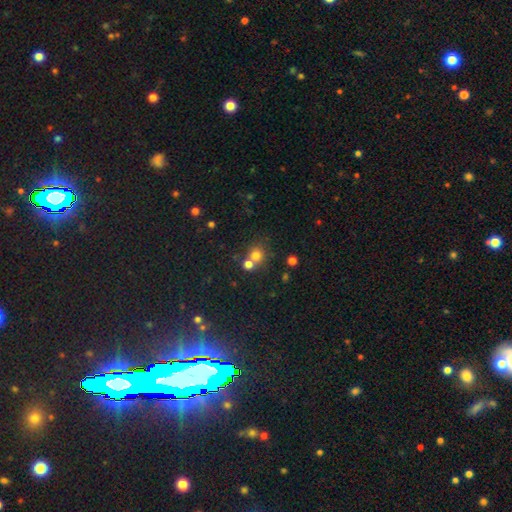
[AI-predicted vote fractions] A smooth galaxy with no disk features (74%) that is round (85%). Merging: none (48%).